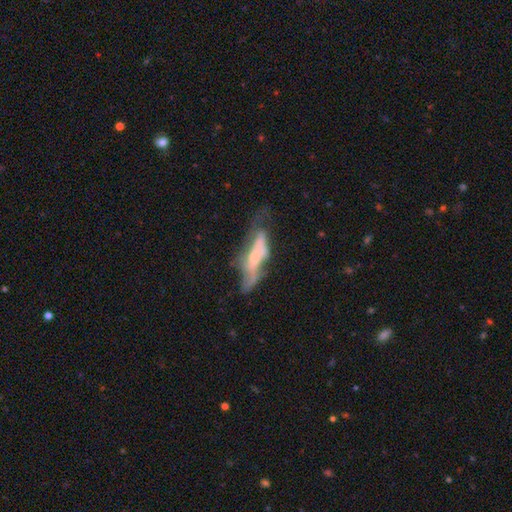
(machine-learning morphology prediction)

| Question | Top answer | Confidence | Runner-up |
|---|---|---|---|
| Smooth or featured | featured or disk | 60% | smooth (31%) |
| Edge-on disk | no | 60% | yes (40%) |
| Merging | major disturbance | 35% | none (30%) |